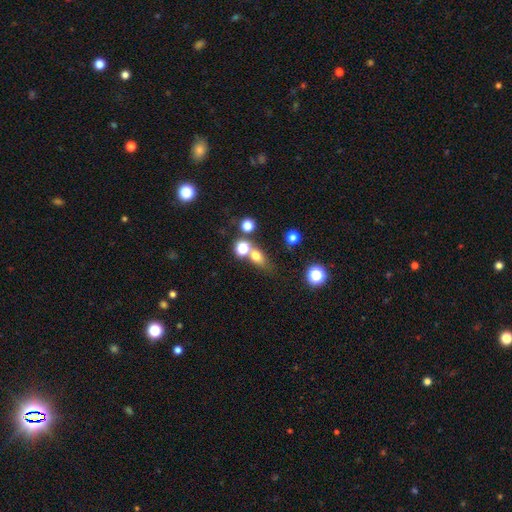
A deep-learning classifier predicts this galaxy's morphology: Smooth or featured: smooth — 68% (star or artifact — 18%)
How rounded: in between — 51% (round — 43%)
Merging: none — 49% (merger — 34%)